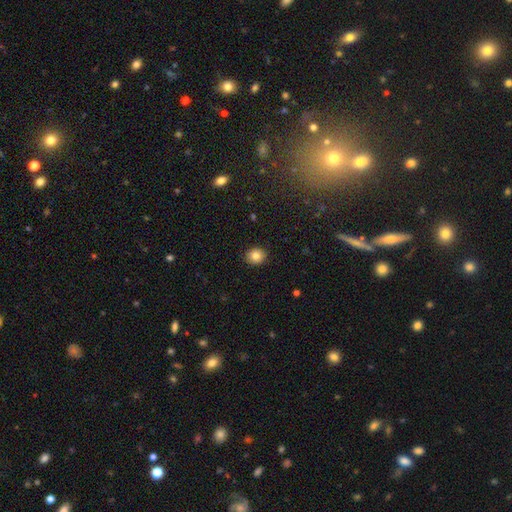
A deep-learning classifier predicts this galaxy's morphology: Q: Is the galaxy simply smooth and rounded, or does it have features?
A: smooth — 84%.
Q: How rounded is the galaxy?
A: round — 77%.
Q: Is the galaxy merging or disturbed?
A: none — 91%.